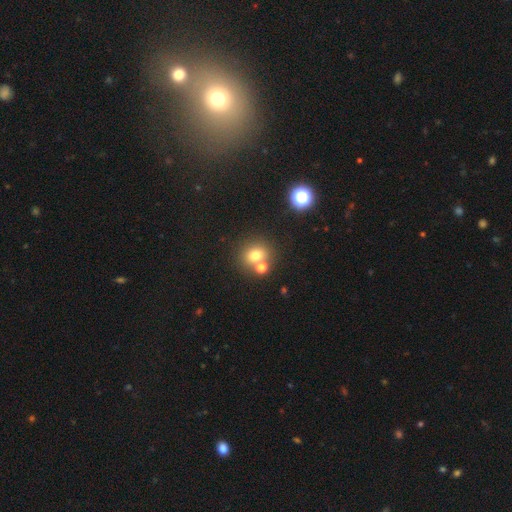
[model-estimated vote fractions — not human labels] smooth 73%, star or artifact 17%, featured or disk 11%. Down the decision tree: how rounded — round (77%); merging — none (60%).